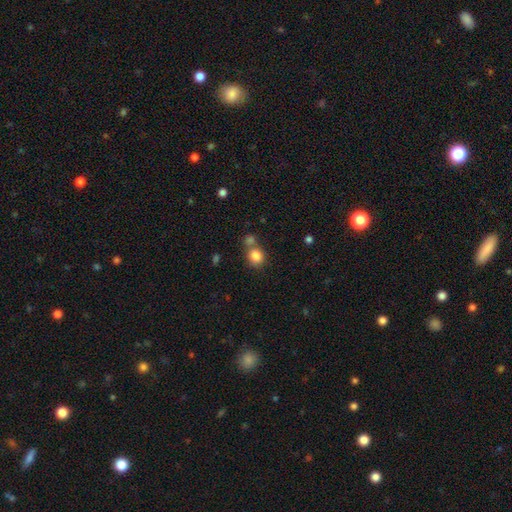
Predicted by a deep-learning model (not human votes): Smooth or featured?
  - smooth: 84% *
  - star or artifact: 10%
  - featured or disk: 6%
How rounded?
  - round: 79% *
  - in between: 20%
  - cigar-shaped: 1%
Merging?
  - none: 55% *
  - merger: 30%
  - minor disturbance: 10%
  - major disturbance: 4%